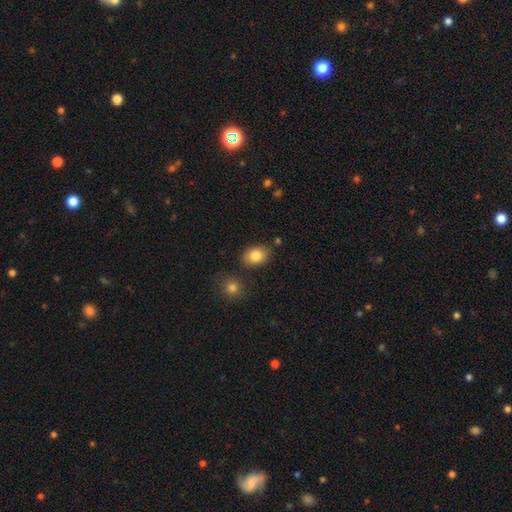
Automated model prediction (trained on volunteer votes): This appears to be a smooth galaxy with no disk features (84%) that is in between round and cigar-shaped (70%). Merging: none (80%).